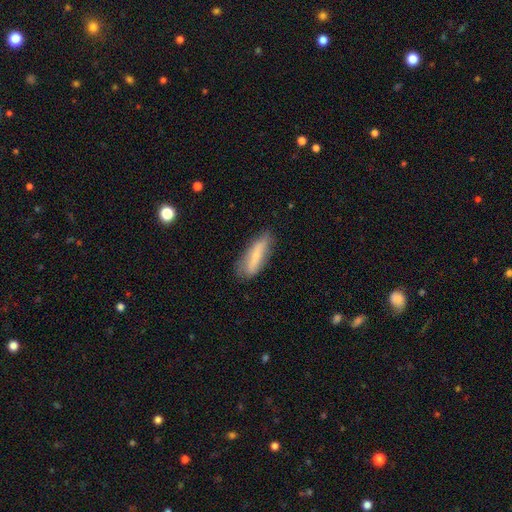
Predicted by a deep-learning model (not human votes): Overall: smooth (59%; featured or disk 34%). How rounded: cigar-shaped (53%; in between 45%). Merging: none (73%).